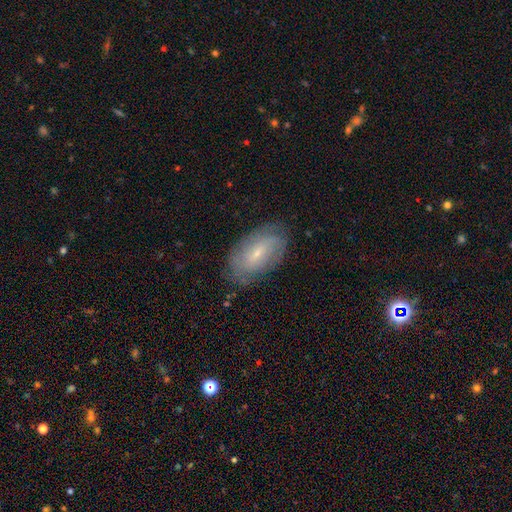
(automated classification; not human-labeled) This is possibly a featured or disk galaxy (54%). It is clearly not viewed edge-on (90%). Merging: likely none (78%).